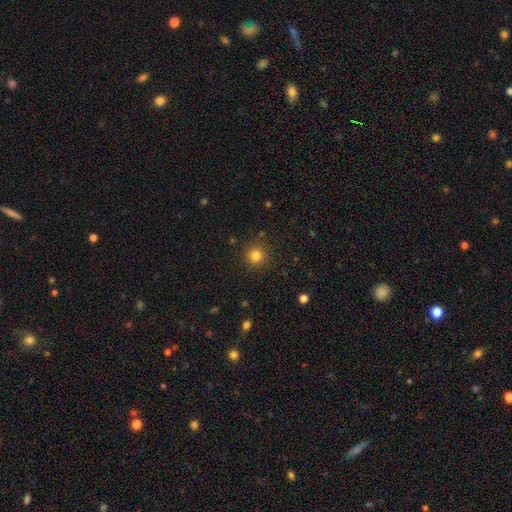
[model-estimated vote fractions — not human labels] Q: Smooth or featured?
A: smooth (81%); runner-up: star or artifact (13%)
Q: How rounded?
A: round (94%); runner-up: in between (5%)
Q: Merging?
A: none (88%); runner-up: minor disturbance (7%)